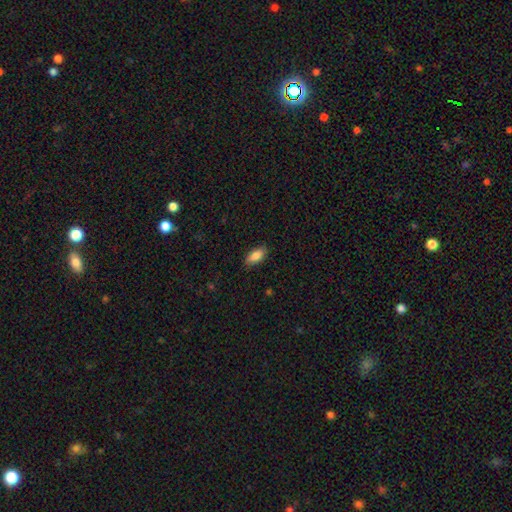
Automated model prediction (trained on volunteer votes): Morphology: type=smooth (84%); roundness=in between (86%); merging=none (87%).